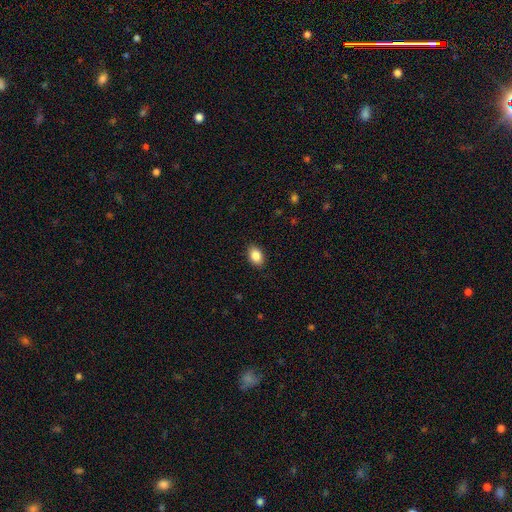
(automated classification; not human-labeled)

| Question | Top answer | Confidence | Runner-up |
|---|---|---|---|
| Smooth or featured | smooth | 87% | star or artifact (8%) |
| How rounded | in between | 82% | round (16%) |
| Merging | none | 88% | minor disturbance (9%) |